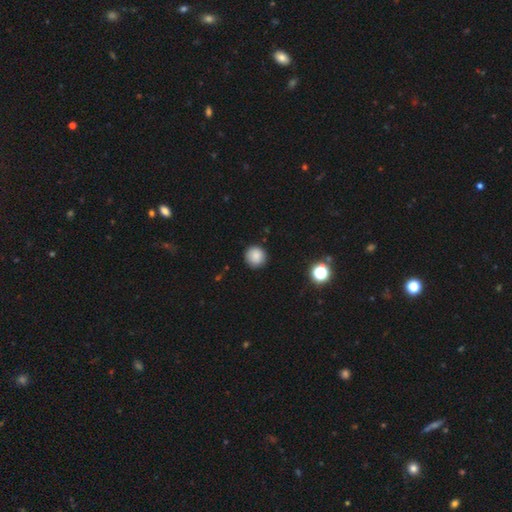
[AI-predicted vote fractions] Smooth or featured: smooth — 86% (star or artifact — 10%)
How rounded: round — 94% (in between — 5%)
Merging: none — 90% (minor disturbance — 7%)